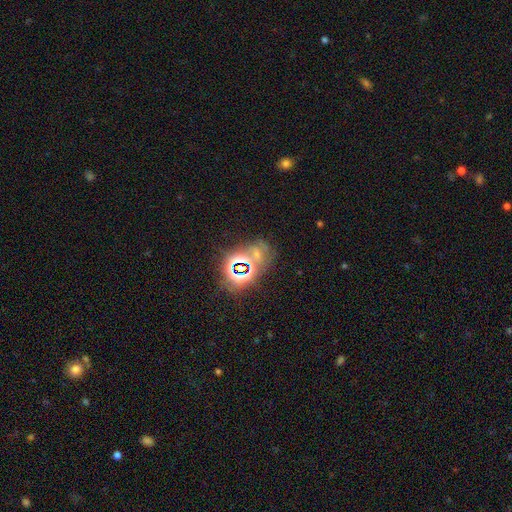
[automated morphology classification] The model was most divided on "smooth or featured": star or artifact: 60%, smooth: 23%, featured or disk: 17%.